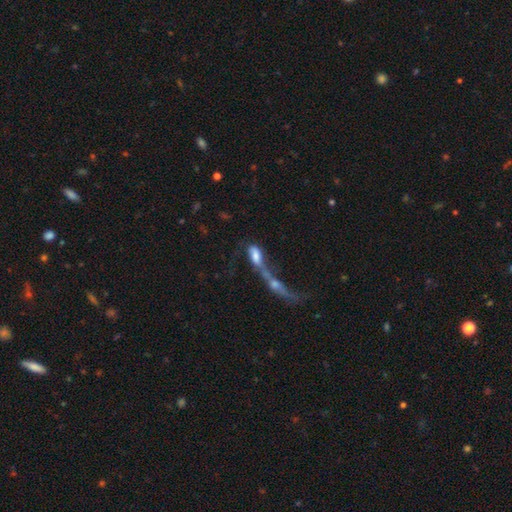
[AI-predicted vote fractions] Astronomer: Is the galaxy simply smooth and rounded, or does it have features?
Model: smooth — 54% (runner-up: featured or disk, 35%).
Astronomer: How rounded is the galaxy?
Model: in between — 64%.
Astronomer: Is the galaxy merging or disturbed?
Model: merger — 74%.